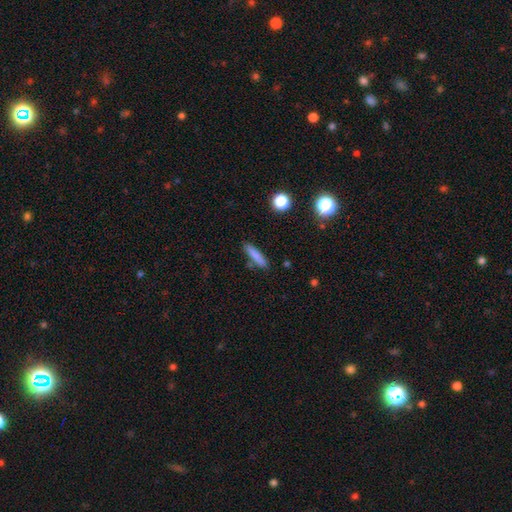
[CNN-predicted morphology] Smooth or featured? Predicted: smooth (p=0.80). How rounded? Predicted: cigar-shaped (p=0.83). Merging? Predicted: none (p=0.81).